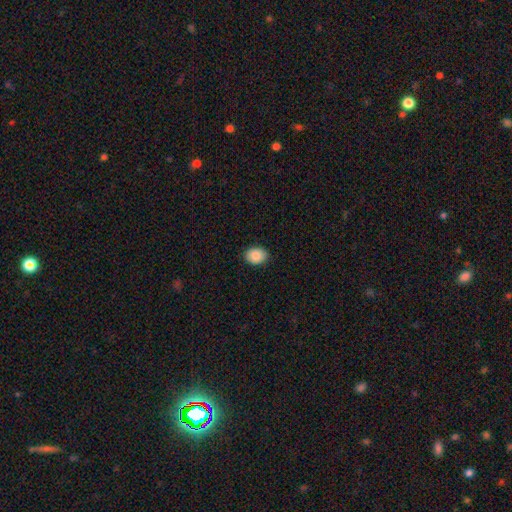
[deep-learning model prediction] Smooth or featured: smooth — 86% (star or artifact — 8%)
How rounded: in between — 65% (round — 34%)
Merging: none — 89% (minor disturbance — 8%)